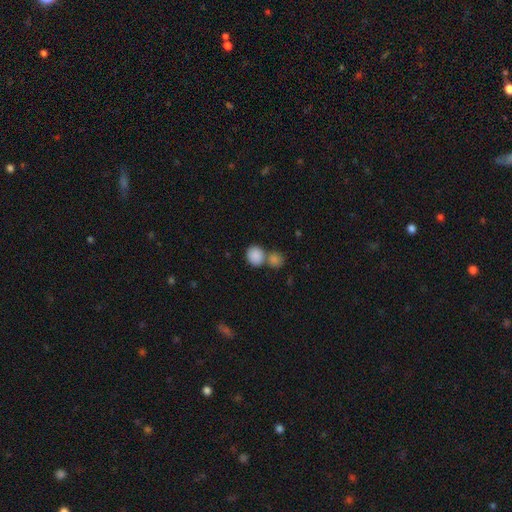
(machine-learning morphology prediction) Overall: smooth (87%). How rounded: round (74%). Merging: none (45%; merger 44%).